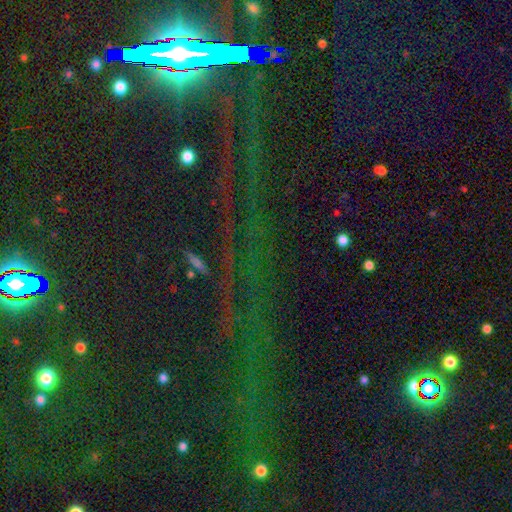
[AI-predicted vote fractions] Smooth or featured? Predicted: star or artifact (p=0.80).